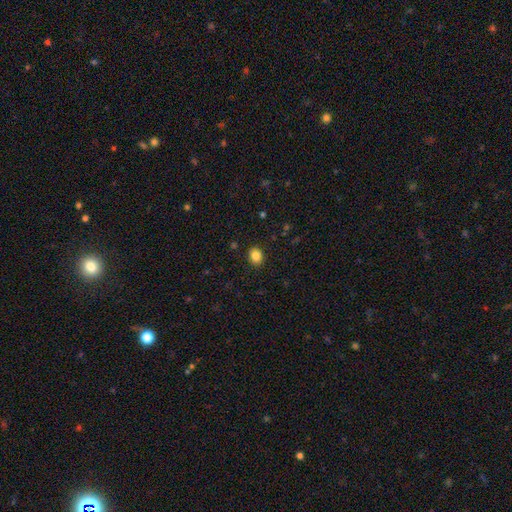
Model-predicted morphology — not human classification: smooth-or-featured: smooth: 85% | star or artifact: 10% | featured or disk: 5%
  how-rounded: round: 56% | in between: 44% | cigar-shaped: 1%
  merging: none: 90% | minor disturbance: 7% | major disturbance: 2% | merger: 1%